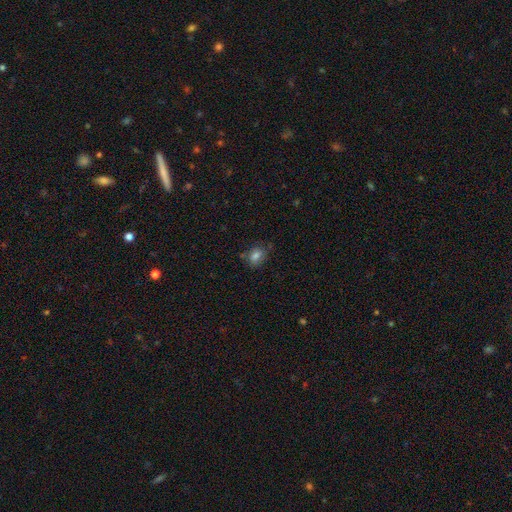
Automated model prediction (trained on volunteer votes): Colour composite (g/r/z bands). It shows a smooth galaxy with no disk features (79%) that is in between round and cigar-shaped (58%). Merging: none (72%).